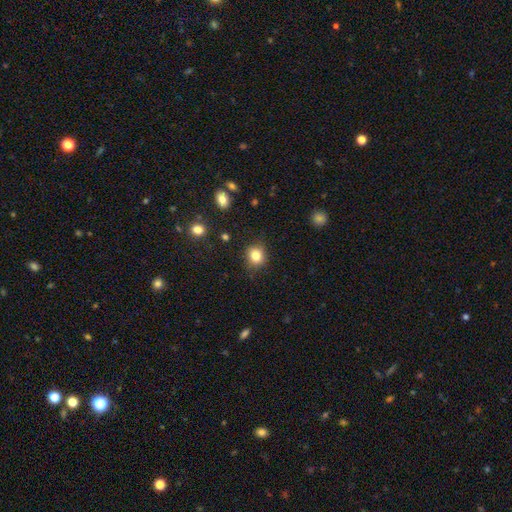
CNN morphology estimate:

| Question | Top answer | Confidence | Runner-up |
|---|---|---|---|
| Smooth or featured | smooth | 82% | star or artifact (11%) |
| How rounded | round | 78% | in between (21%) |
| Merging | none | 86% | minor disturbance (10%) |